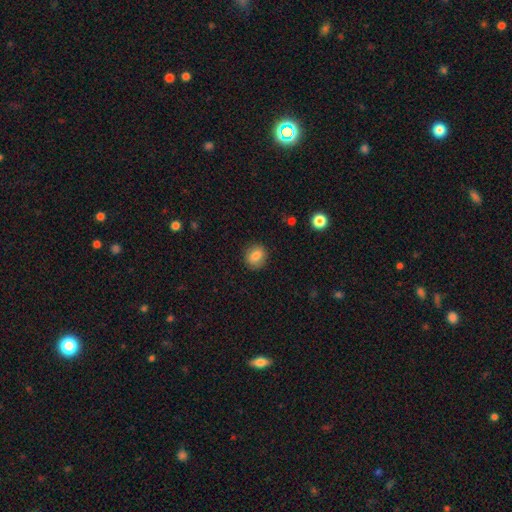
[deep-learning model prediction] smooth-or-featured: smooth: 83% | star or artifact: 9% | featured or disk: 8%
  how-rounded: round: 72% | in between: 27% | cigar-shaped: 1%
  merging: none: 88% | minor disturbance: 9% | major disturbance: 3% | merger: 1%